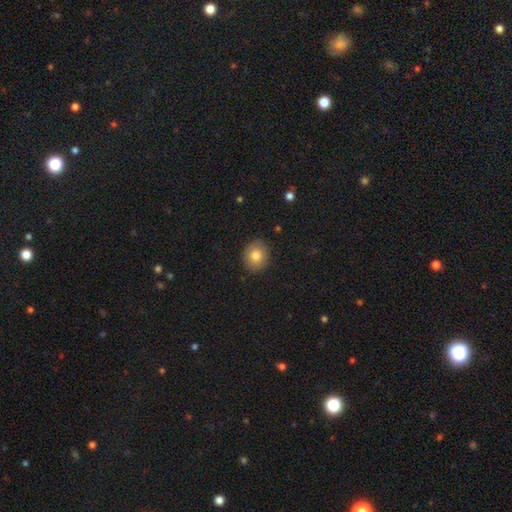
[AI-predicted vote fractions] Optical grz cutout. It shows a smooth galaxy with no disk features (80%) that is round (76%). Merging: none (88%).